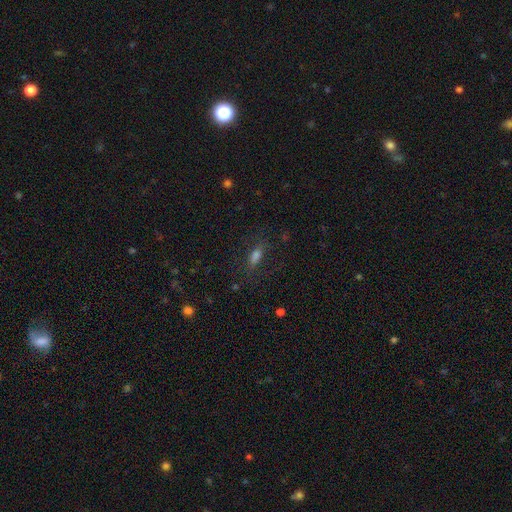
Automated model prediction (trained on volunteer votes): A smooth galaxy with no disk features (66%) that is in between round and cigar-shaped (61%). Merging: none (75%).